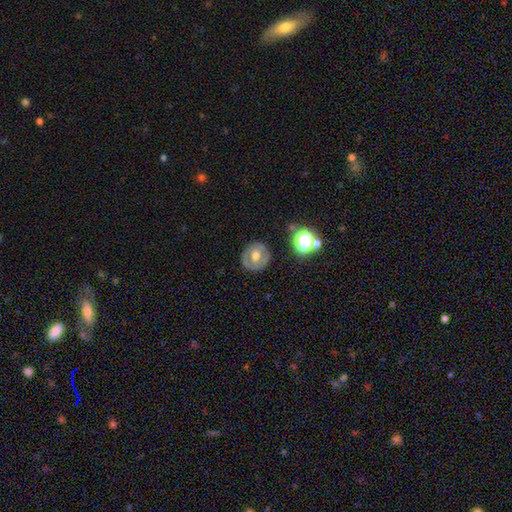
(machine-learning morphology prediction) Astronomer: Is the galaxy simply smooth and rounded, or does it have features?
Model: smooth — 49% (runner-up: featured or disk, 41%).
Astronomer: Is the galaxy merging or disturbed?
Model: none — 81%.